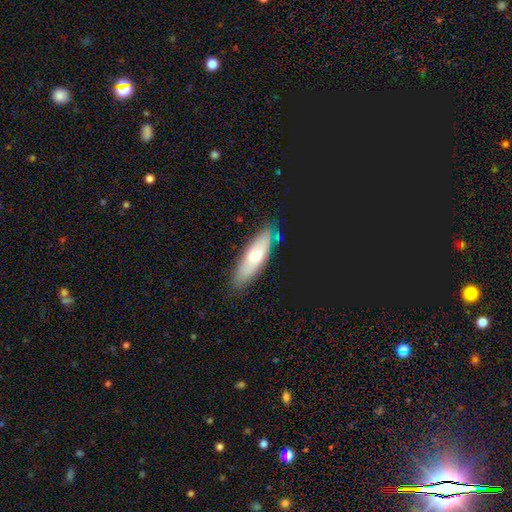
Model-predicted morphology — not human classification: Smooth or featured: smooth — 60% (featured or disk — 32%)
How rounded: cigar-shaped — 53% (in between — 45%)
Merging: none — 79% (minor disturbance — 15%)